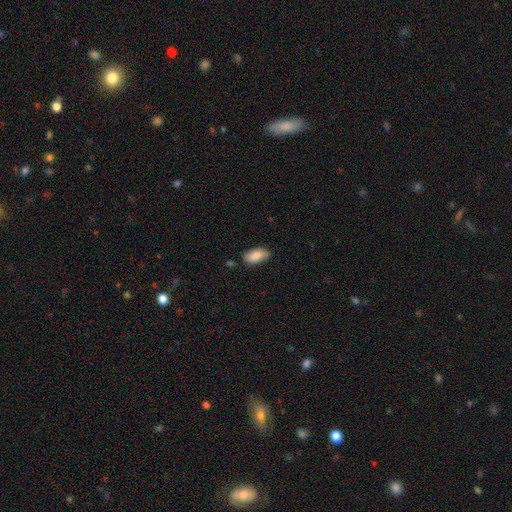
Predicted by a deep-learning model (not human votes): Q: Smooth or featured?
A: smooth (85%); runner-up: featured or disk (9%)
Q: How rounded?
A: in between (92%); runner-up: cigar-shaped (5%)
Q: Merging?
A: none (71%); runner-up: minor disturbance (22%)